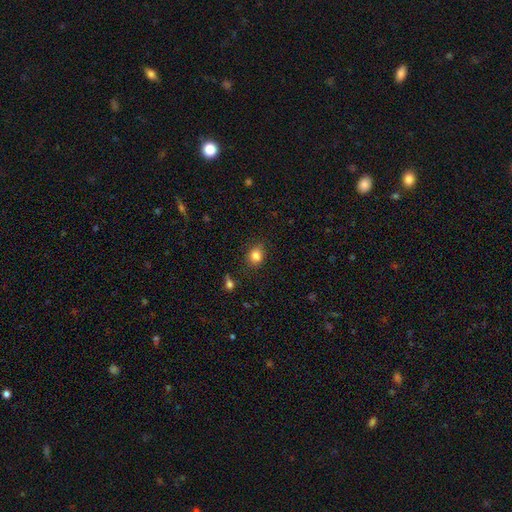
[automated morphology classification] smooth_or_featured: smooth (p=0.84) [alt: star or artifact p=0.10]
how_rounded: round (p=0.55) [alt: in between p=0.44]
merging: none (p=0.80) [alt: minor disturbance p=0.14]